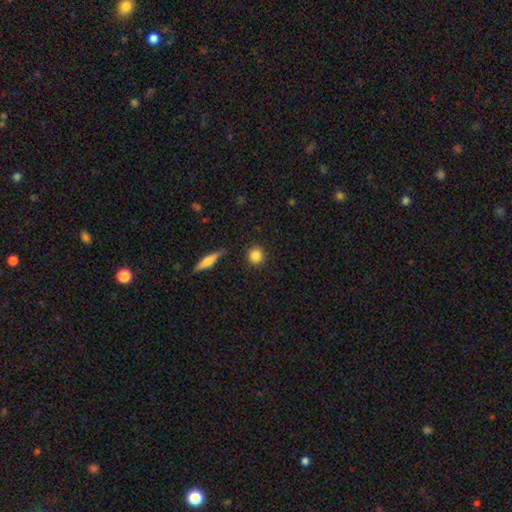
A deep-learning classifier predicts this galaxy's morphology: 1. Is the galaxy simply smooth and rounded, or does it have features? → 84% smooth, 8% star or artifact, 8% featured or disk.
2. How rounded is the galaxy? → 89% round, 9% in between, 2% cigar-shaped.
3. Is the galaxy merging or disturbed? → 88% none, 7% minor disturbance, 2% merger, 2% major disturbance.